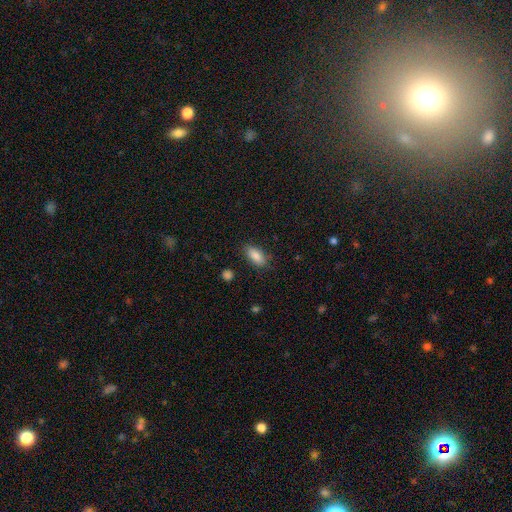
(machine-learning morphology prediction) This is clearly a smooth galaxy (87%). How rounded: clearly in between (88%). Merging: clearly none (82%).